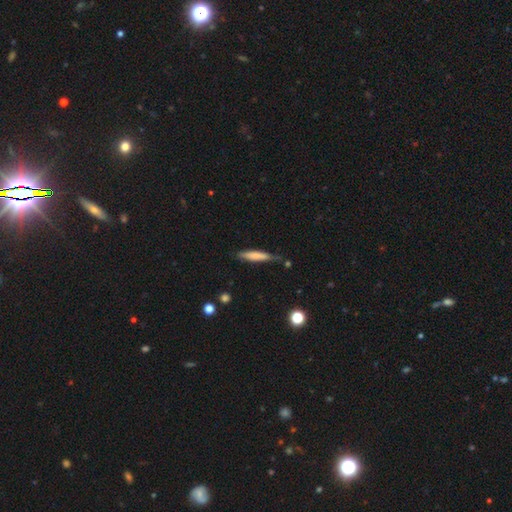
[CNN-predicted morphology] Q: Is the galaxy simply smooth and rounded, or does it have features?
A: smooth — 70%.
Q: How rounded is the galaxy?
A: cigar-shaped — 88%.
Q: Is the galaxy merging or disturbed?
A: none — 67%.